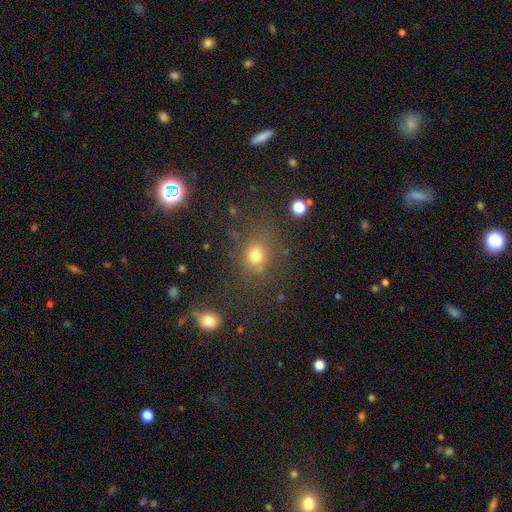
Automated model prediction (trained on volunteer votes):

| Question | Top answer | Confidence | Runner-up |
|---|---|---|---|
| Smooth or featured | smooth | 72% | star or artifact (19%) |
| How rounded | round | 66% | in between (33%) |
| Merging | none | 73% | minor disturbance (13%) |